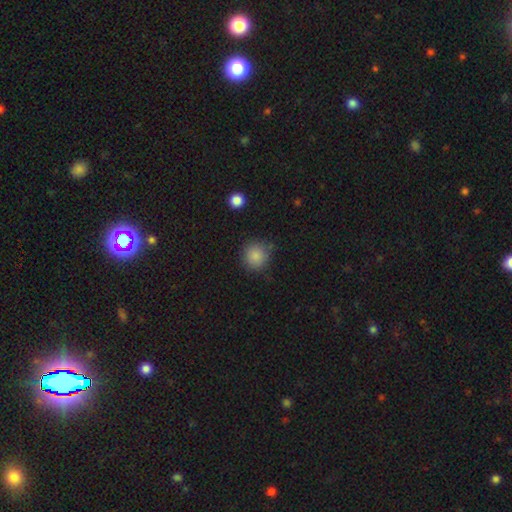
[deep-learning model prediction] smooth-or-featured: smooth: 86% | star or artifact: 9% | featured or disk: 5%
  how-rounded: round: 91% | in between: 8% | cigar-shaped: 1%
  merging: none: 79% | minor disturbance: 14% | major disturbance: 4% | merger: 3%